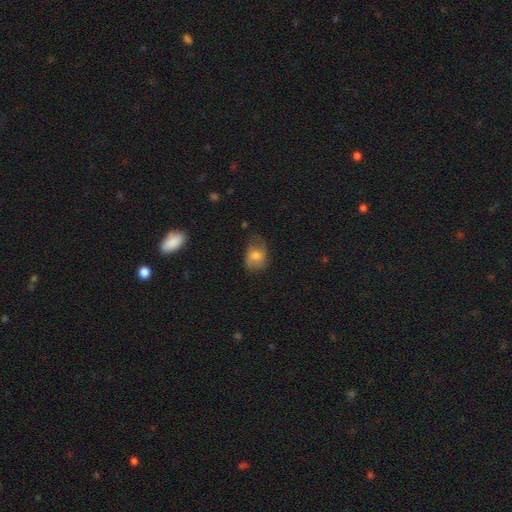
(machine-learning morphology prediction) Smooth or featured: smooth — 67% (featured or disk — 24%)
How rounded: in between — 70% (round — 28%)
Merging: none — 48% (minor disturbance — 34%)